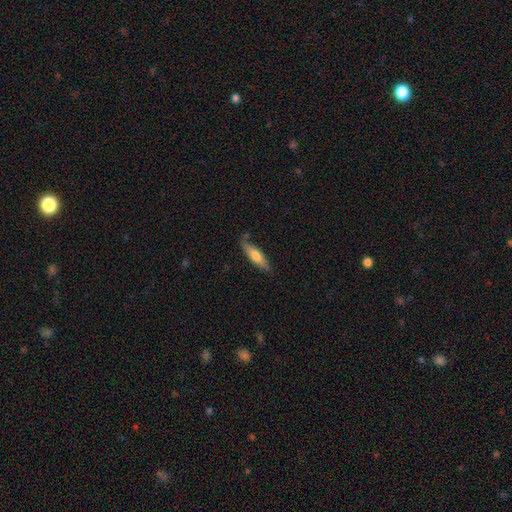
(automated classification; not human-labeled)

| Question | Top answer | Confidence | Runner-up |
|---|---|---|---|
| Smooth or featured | smooth | 63% | featured or disk (31%) |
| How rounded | cigar-shaped | 65% | in between (33%) |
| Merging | none | 69% | minor disturbance (23%) |